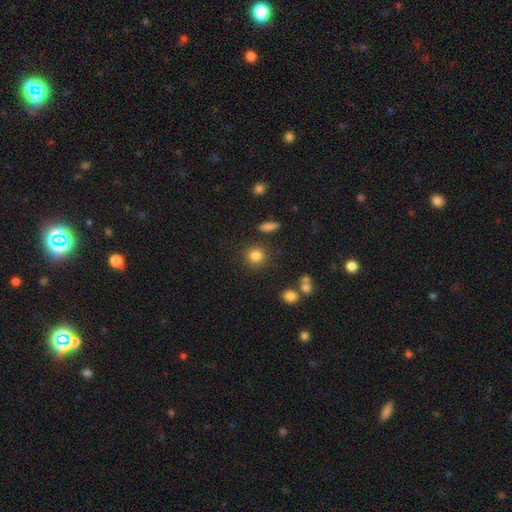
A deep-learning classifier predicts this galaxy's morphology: type=smooth (83%); roundness=round (90%); merging=none (86%).